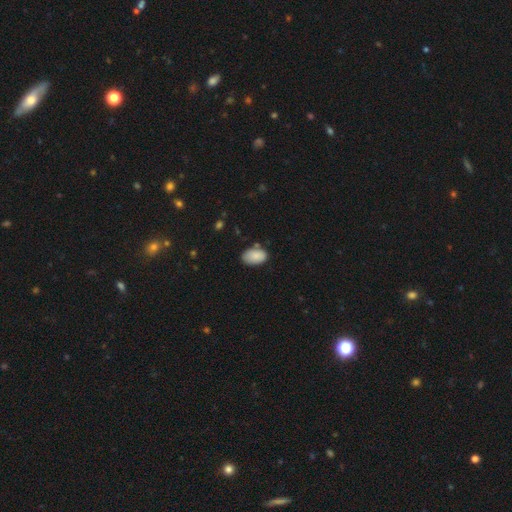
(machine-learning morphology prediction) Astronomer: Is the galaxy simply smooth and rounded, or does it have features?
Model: smooth — 88%.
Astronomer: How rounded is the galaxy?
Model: in between — 93%.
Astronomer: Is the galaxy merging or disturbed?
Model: none — 74%.